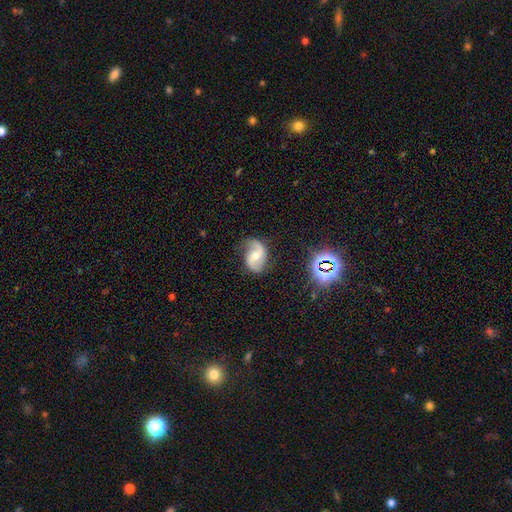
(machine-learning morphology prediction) A featured or disk galaxy (79%) with a weak bar (42%), 2 (89%) loose (58%) spiral arms (94%) and a moderate central bulge (64%). Merging: none (72%).